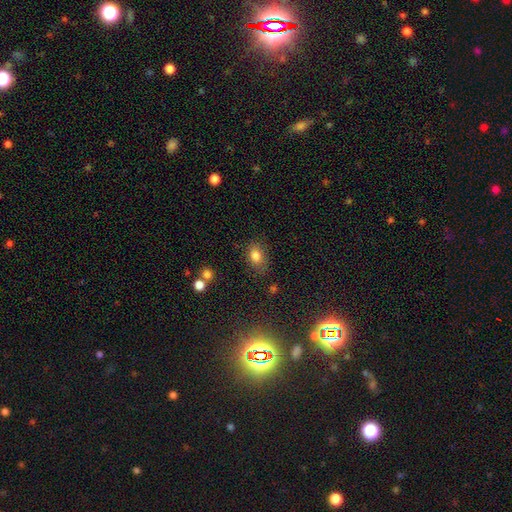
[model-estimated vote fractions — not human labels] Overall: smooth (81%). How rounded: in between (78%). Merging: none (76%).